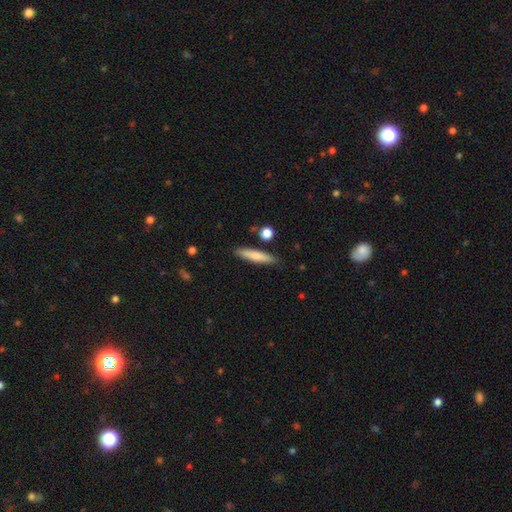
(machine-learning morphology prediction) smooth 76%, featured or disk 18%, star or artifact 6%. Down the decision tree: how rounded — cigar-shaped (88%); merging — none (87%).